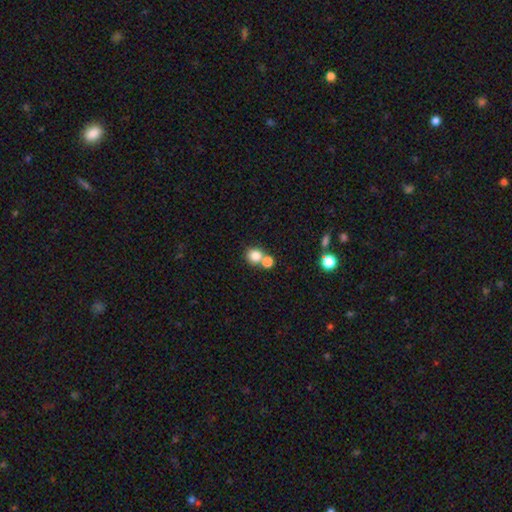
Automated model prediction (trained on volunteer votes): A smooth galaxy with no disk features (81%) that is round (86%).

Vote fractions:
- Smooth or featured? smooth: 81% / star or artifact: 11% / featured or disk: 7%
- How rounded? round: 86% / in between: 13% / cigar-shaped: 1%
- Merging? none: 53% / merger: 36% / minor disturbance: 7% / major disturbance: 3%